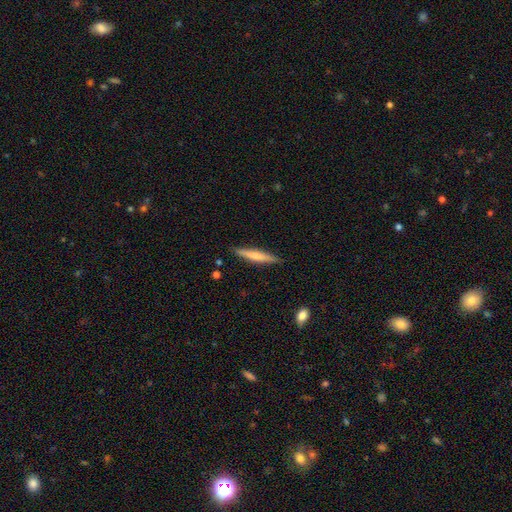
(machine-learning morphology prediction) Q: Smooth or featured?
A: smooth (58%); runner-up: featured or disk (37%)
Q: How rounded?
A: cigar-shaped (94%); runner-up: in between (5%)
Q: Merging?
A: none (89%); runner-up: minor disturbance (8%)